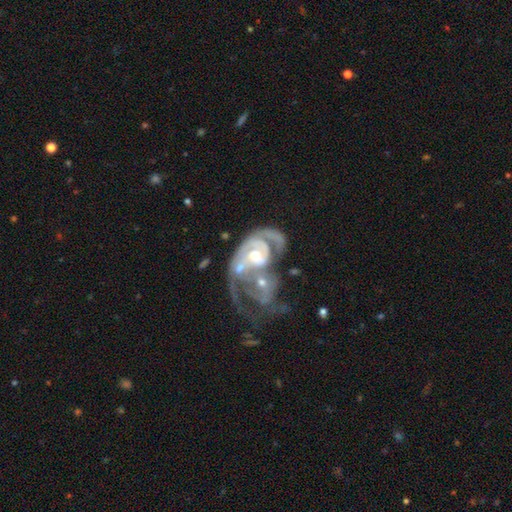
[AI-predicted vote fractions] Overall: featured or disk (83%). Edge-on disk: no (97%). Bar: no (65%; weak 26%). Spiral arms: yes (81%). Spiral arm count: 2 (37%; can't tell 31%). Spiral winding: tight (49%; medium 33%). Bulge size: moderate (62%; small 29%). Merging: merger (68%).